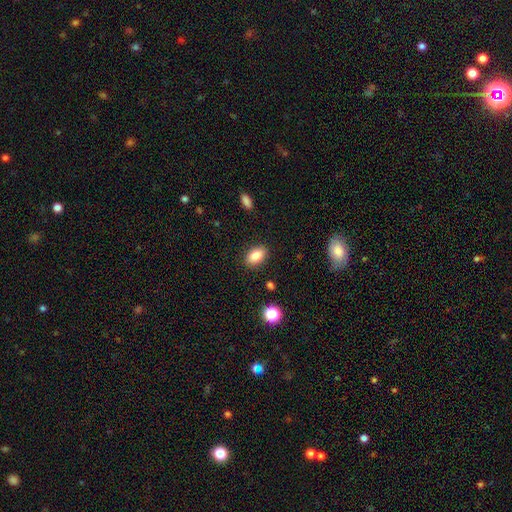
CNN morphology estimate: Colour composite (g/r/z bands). It shows a smooth galaxy with no disk features (84%) that is in between round and cigar-shaped (89%). Merging: none (87%).